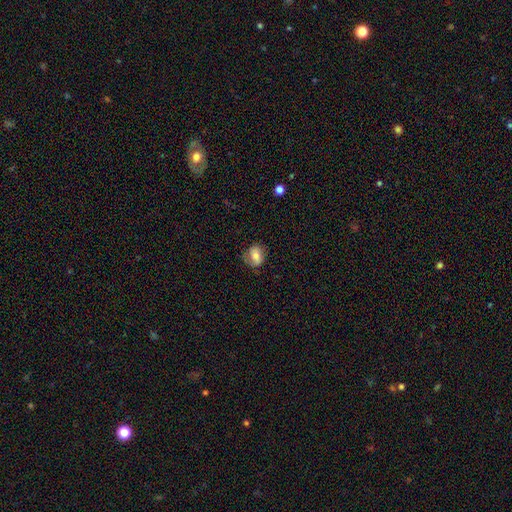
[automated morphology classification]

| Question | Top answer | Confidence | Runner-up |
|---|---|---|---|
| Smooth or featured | smooth | 69% | featured or disk (22%) |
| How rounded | in between | 56% | round (43%) |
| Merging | none | 69% | minor disturbance (22%) |